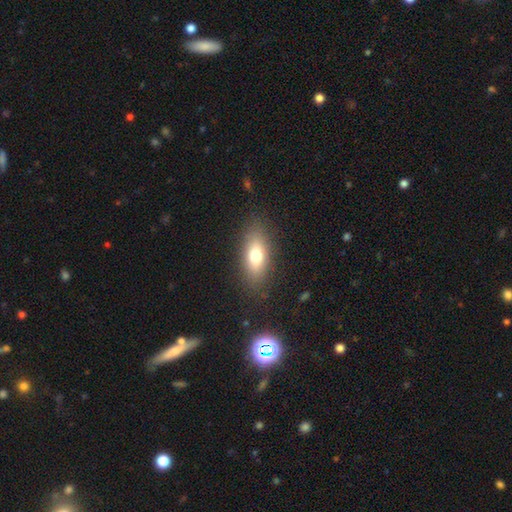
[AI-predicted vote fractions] This is likely a smooth galaxy (73%). How rounded: likely in between (79%). Merging: clearly none (84%).